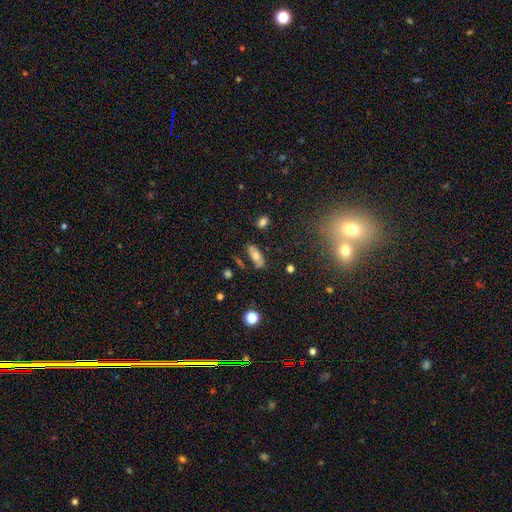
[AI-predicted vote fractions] The model was most divided on "smooth or featured": smooth: 66%, featured or disk: 24%, star or artifact: 9%. More confident: how rounded — in between (78%); merging — none (75%).